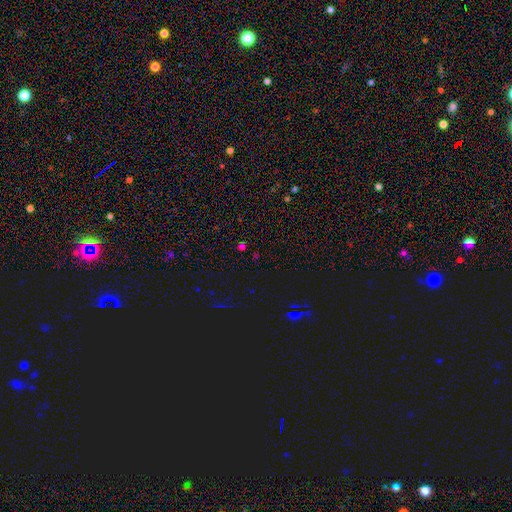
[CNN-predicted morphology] Q: Smooth or featured?
A: star or artifact (59%); runner-up: smooth (34%)